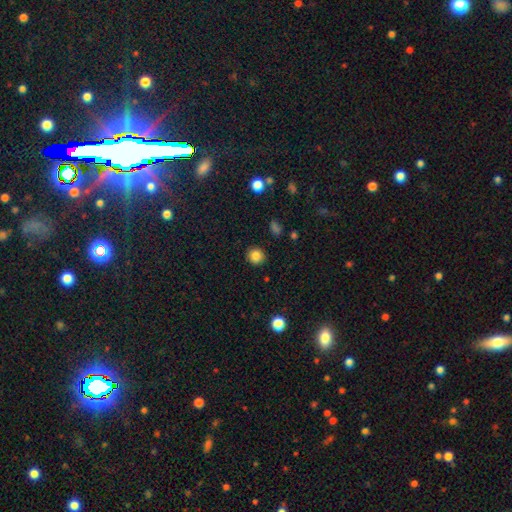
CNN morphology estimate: Smooth or featured? smooth (84%)
How rounded? round (90%)
Merging? none (90%)